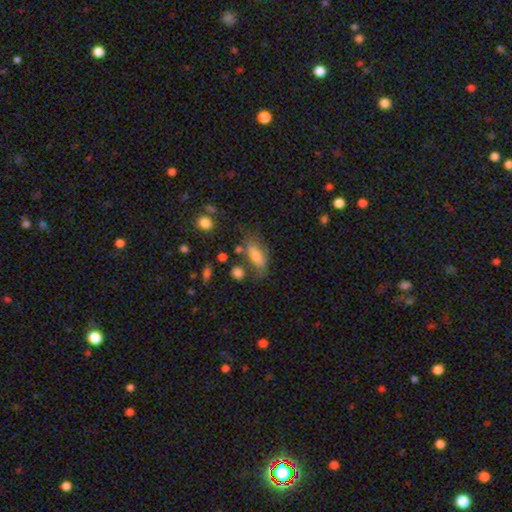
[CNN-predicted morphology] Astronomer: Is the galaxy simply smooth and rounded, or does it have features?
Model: smooth — 70%.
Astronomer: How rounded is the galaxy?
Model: in between — 77%.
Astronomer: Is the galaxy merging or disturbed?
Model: none — 55%.